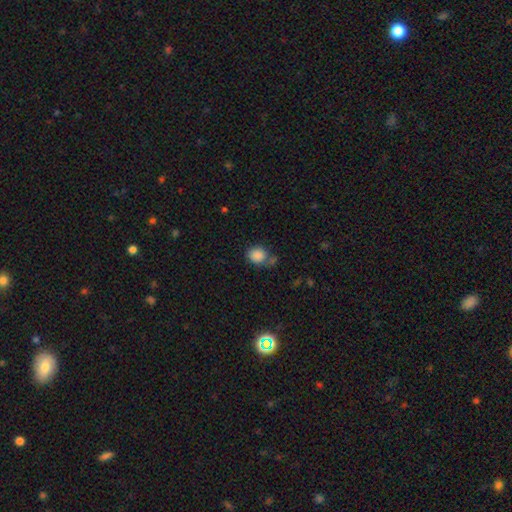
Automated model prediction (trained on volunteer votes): A smooth galaxy with no disk features (86%) that is round (62%).

Vote fractions:
- Smooth or featured? smooth: 86% / star or artifact: 10% / featured or disk: 5%
- How rounded? round: 62% / in between: 37% / cigar-shaped: 1%
- Merging? none: 57% / minor disturbance: 22% / merger: 13% / major disturbance: 8%